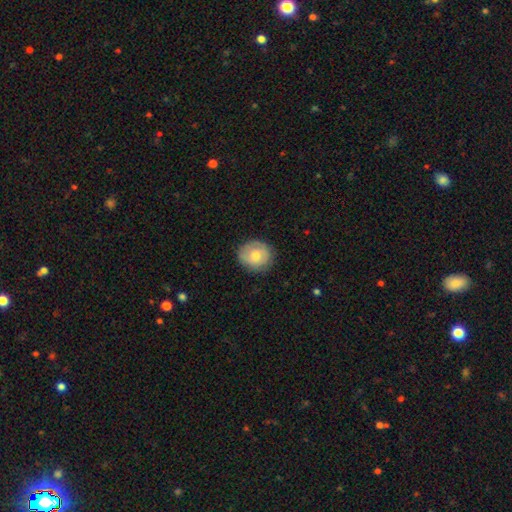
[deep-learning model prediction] This is likely a smooth galaxy (67%). How rounded: likely round (77%). Merging: likely none (79%).